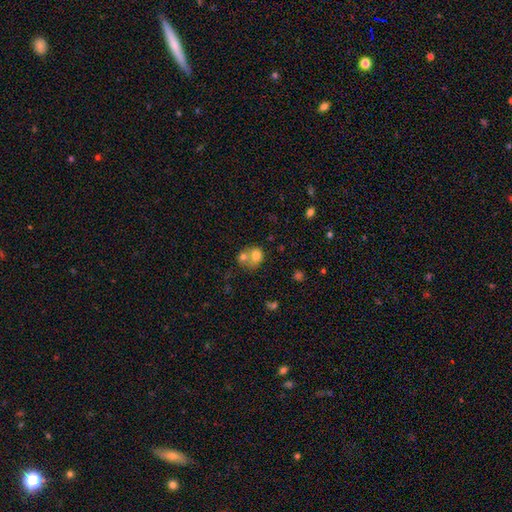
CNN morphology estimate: Smooth or featured? Predicted: smooth (p=0.72). How rounded? Predicted: round (p=0.60). Merging? Predicted: merger (p=0.62).